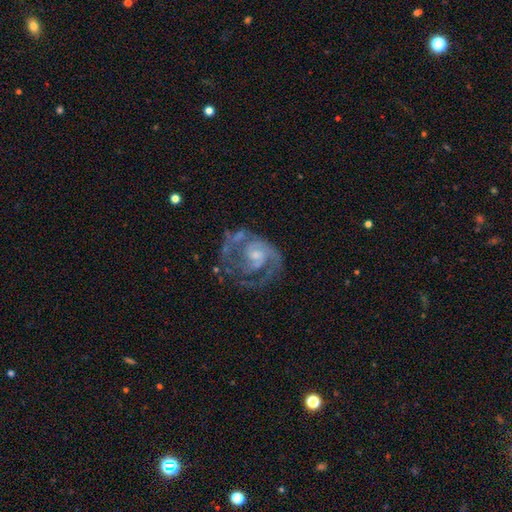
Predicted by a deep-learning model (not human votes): Overall: featured or disk (86%). Edge-on disk: no (98%). Bar: no (55%; weak 38%). Spiral arms: yes (94%). Spiral arm count: 2 (53%; can't tell 15%). Spiral winding: medium (46%; tight 39%). Bulge size: small (45%; moderate 39%). Merging: none (51%; major disturbance 24%).